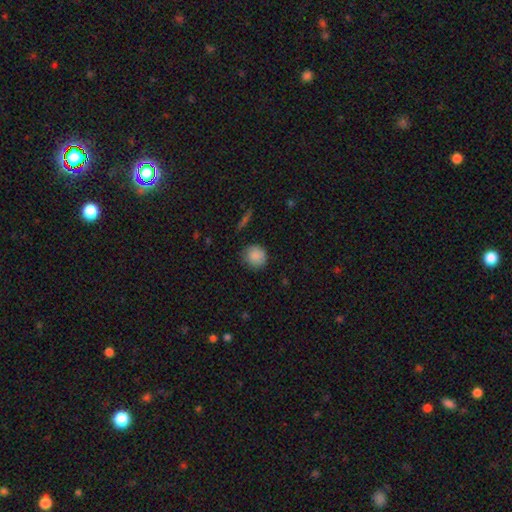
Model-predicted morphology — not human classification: This appears to be a smooth galaxy with no disk features (87%) that is round (88%). Merging: none (80%).